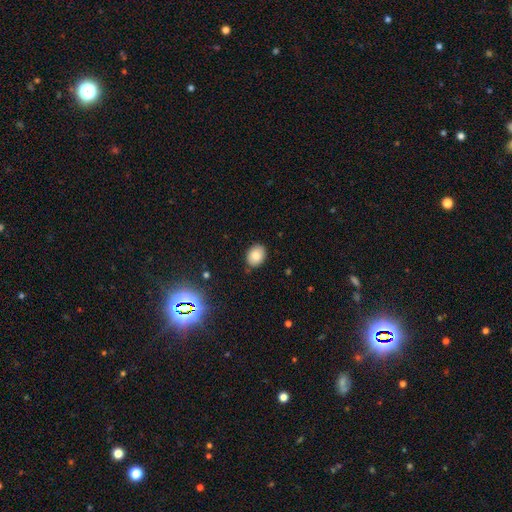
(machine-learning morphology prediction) A smooth galaxy with no disk features (83%) that is in between round and cigar-shaped (62%). Merging: none (84%).